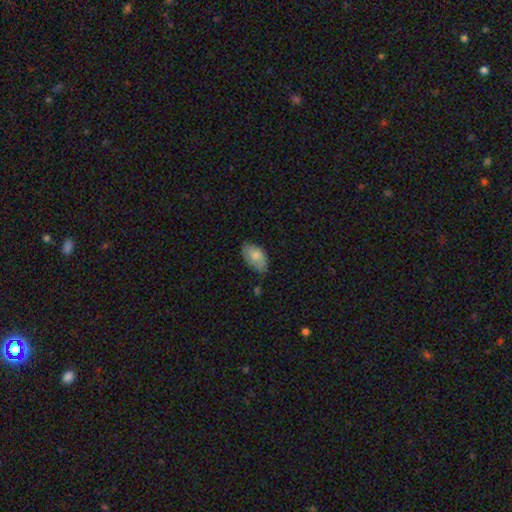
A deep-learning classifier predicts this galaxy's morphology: Smooth or featured: smooth — 79% (featured or disk — 15%)
How rounded: in between — 93% (round — 5%)
Merging: none — 63% (minor disturbance — 30%)